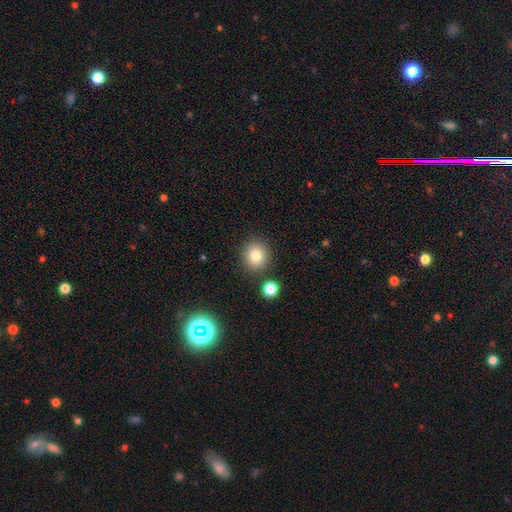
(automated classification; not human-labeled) Morphology: type=smooth (81%); roundness=round (88%); merging=none (85%).